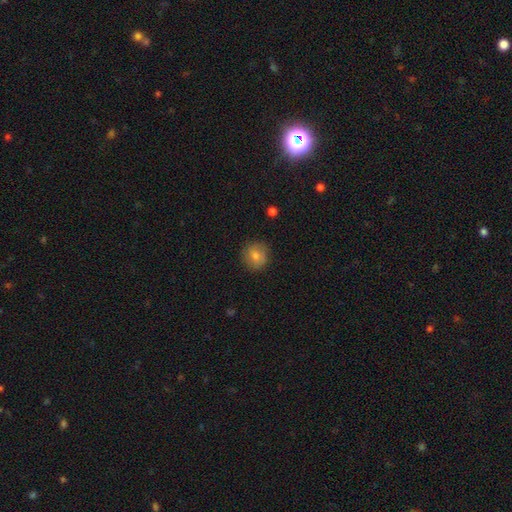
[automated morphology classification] smooth_or_featured: smooth (p=0.75) [alt: featured or disk p=0.13]
how_rounded: round (p=0.90) [alt: in between p=0.09]
merging: none (p=0.88) [alt: minor disturbance p=0.09]